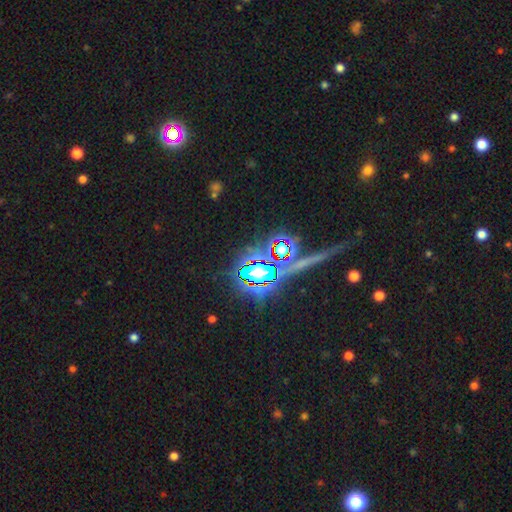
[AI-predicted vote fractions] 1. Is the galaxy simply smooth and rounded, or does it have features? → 78% star or artifact, 11% featured or disk, 11% smooth.